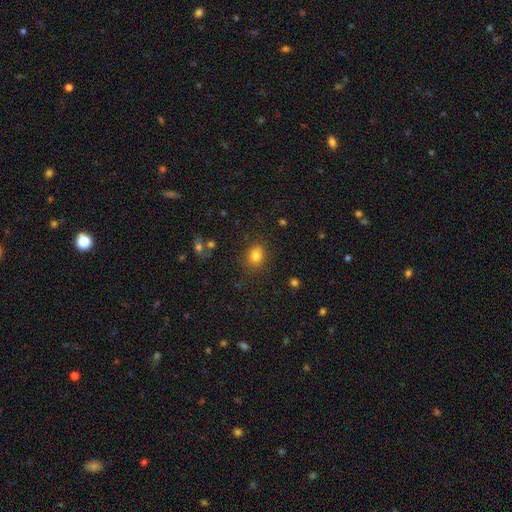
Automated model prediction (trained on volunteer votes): Smooth or featured? Predicted: smooth (p=0.81). How rounded? Predicted: round (p=0.61). Merging? Predicted: none (p=0.82).